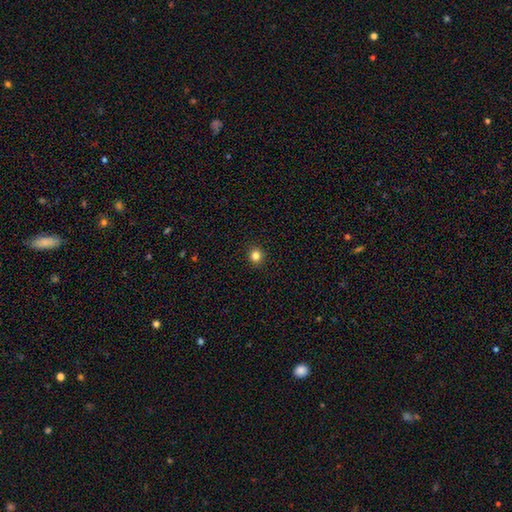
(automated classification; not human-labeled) This appears to be a smooth galaxy with no disk features (83%) that is round (92%). Merging: none (93%).